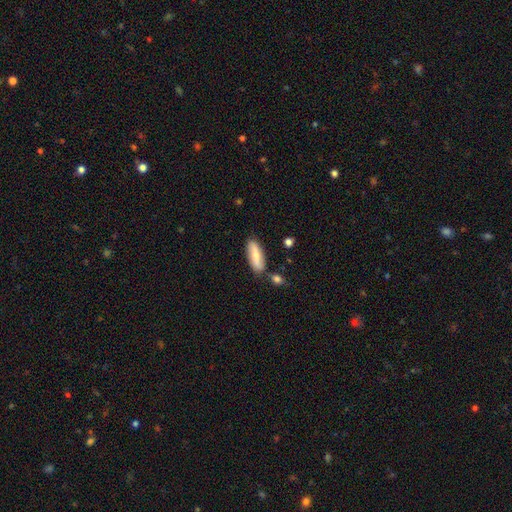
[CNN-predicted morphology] This is likely a smooth galaxy (63%). How rounded: possibly in between (60%). Merging: likely none (80%).